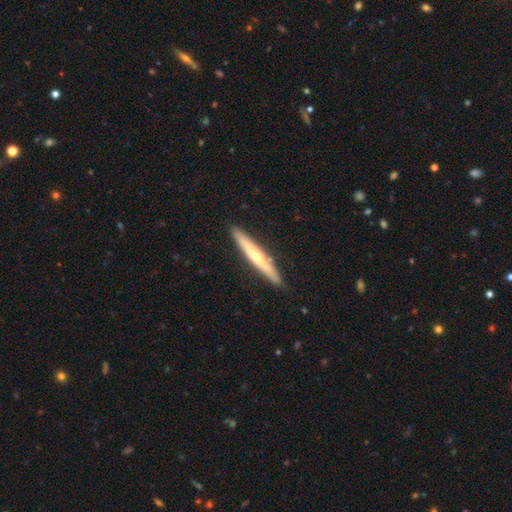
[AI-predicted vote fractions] Smooth or featured?
  - featured or disk: 57% *
  - smooth: 37%
  - star or artifact: 6%
Edge-on disk?
  - yes: 95% *
  - no: 5%
Edge-on bulge?
  - rounded: 75% *
  - none: 22%
  - boxy: 3%
Merging?
  - none: 90% *
  - minor disturbance: 7%
  - major disturbance: 1%
  - merger: 1%